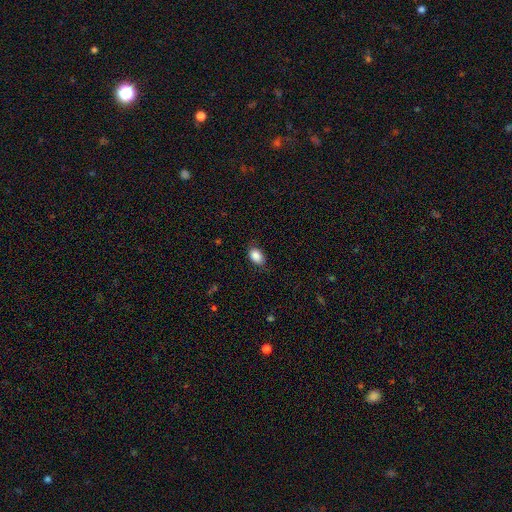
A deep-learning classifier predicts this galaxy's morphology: This is clearly a smooth galaxy (87%). How rounded: clearly in between (85%). Merging: likely none (79%).